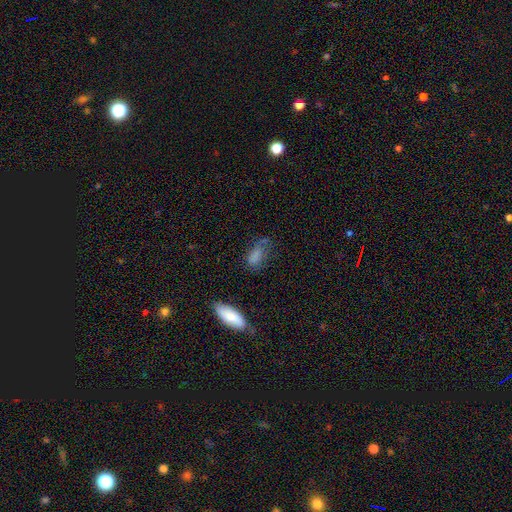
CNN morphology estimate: smooth_or_featured: smooth (p=0.75) [alt: featured or disk p=0.13]
how_rounded: in between (p=0.82) [alt: cigar-shaped p=0.12]
merging: none (p=0.44) [alt: minor disturbance p=0.30]